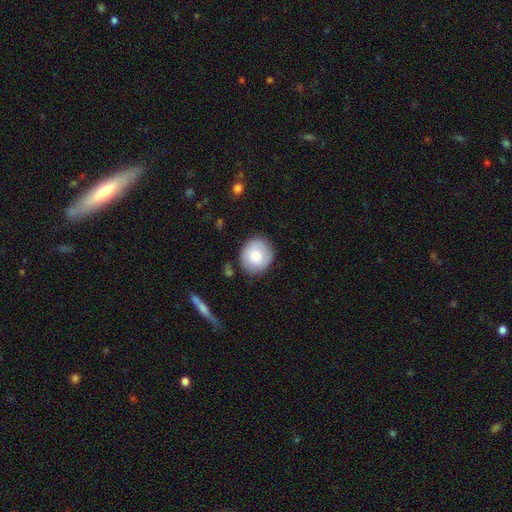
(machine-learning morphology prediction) Overall: smooth (76%). How rounded: round (86%). Merging: none (83%).